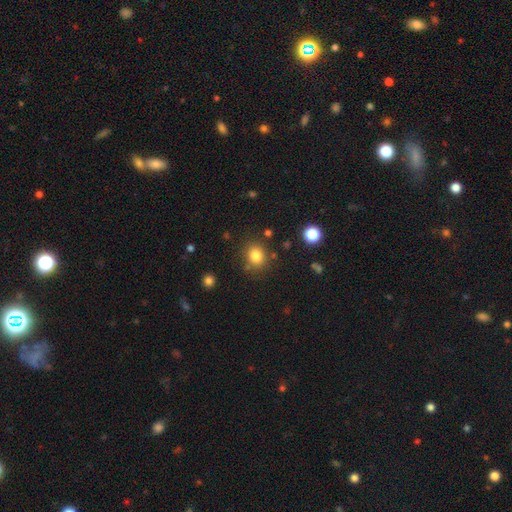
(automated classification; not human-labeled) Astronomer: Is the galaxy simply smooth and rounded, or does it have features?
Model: smooth — 82%.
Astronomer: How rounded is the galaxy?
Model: round — 72%.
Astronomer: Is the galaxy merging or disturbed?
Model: none — 80%.